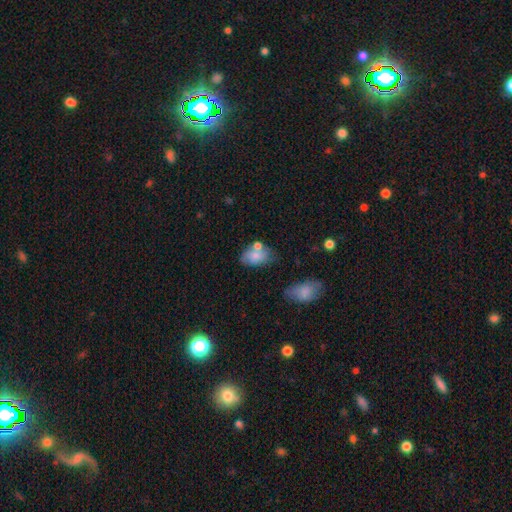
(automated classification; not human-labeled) smooth 74%, featured or disk 18%, star or artifact 8%. Down the decision tree: how rounded — in between (88%); merging — none (47%).